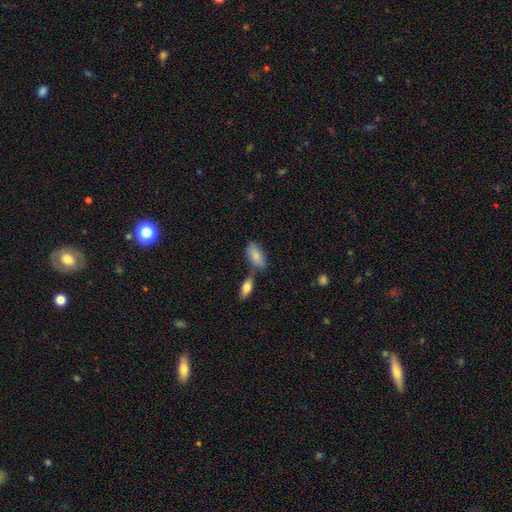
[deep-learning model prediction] Smooth or featured? Predicted: smooth (p=0.82). How rounded? Predicted: in between (p=0.89). Merging? Predicted: none (p=0.56).